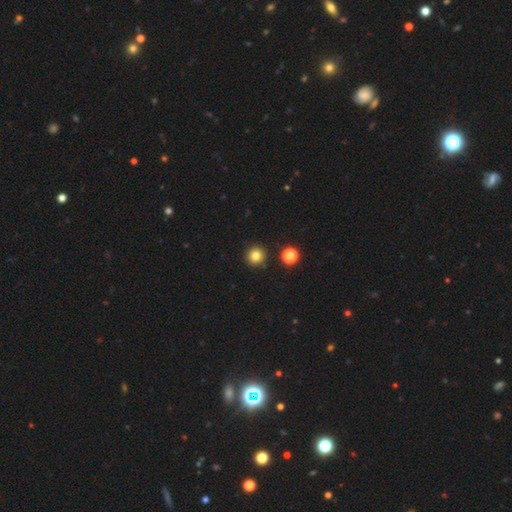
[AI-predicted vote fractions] This is clearly a smooth galaxy (81%). How rounded: clearly round (95%). Merging: clearly none (90%).